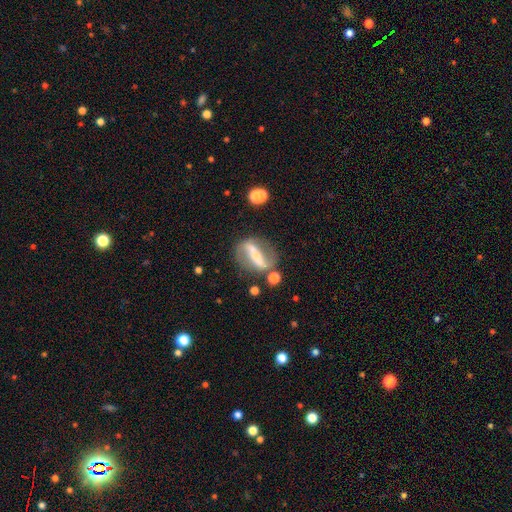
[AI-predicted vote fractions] This appears to be a featured or disk galaxy (72%) with a strong bar (77%), spiral arms (69%) and a small central bulge (38%). Merging: none (68%).